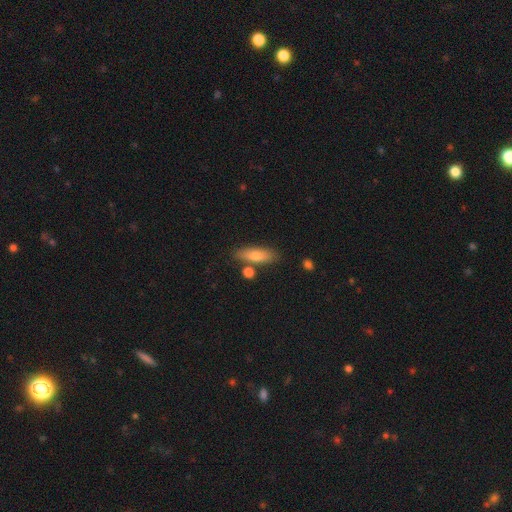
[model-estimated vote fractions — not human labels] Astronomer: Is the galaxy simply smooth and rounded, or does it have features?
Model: smooth — 74%.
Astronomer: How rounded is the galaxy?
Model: in between — 49% (runner-up: cigar-shaped, 48%).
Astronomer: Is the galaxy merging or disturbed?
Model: none — 77%.